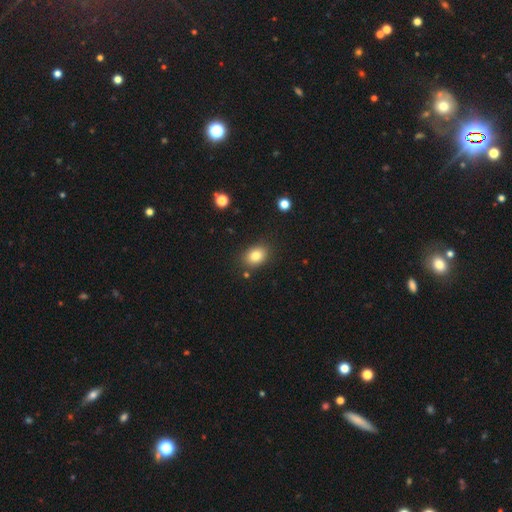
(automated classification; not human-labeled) Smooth or featured?
  - smooth: 83% *
  - star or artifact: 10%
  - featured or disk: 7%
How rounded?
  - in between: 69% *
  - round: 30%
  - cigar-shaped: 1%
Merging?
  - none: 83% *
  - minor disturbance: 11%
  - merger: 3%
  - major disturbance: 3%